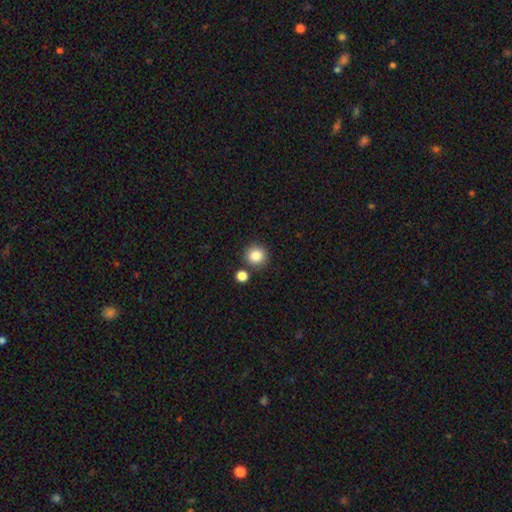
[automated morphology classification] A smooth galaxy with no disk features (85%) that is round (93%). Merging: none (83%).